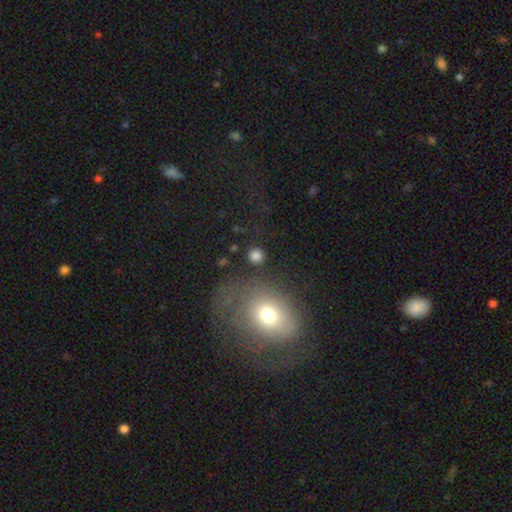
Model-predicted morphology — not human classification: Q: Smooth or featured?
A: smooth (82%); runner-up: star or artifact (12%)
Q: How rounded?
A: round (91%); runner-up: in between (8%)
Q: Merging?
A: none (86%); runner-up: minor disturbance (6%)